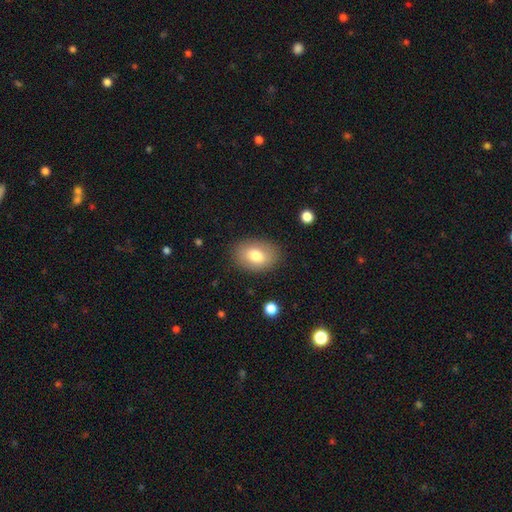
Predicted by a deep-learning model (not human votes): This is likely a smooth galaxy (79%). How rounded: likely in between (79%). Merging: clearly none (85%).